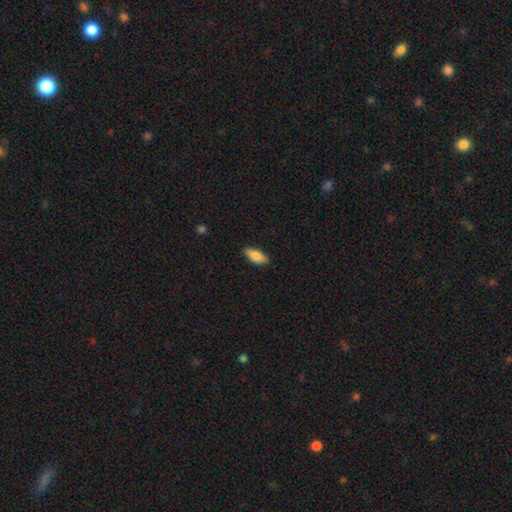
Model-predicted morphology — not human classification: smooth 82%, featured or disk 12%, star or artifact 6%. Down the decision tree: how rounded — in between (84%); merging — none (86%).